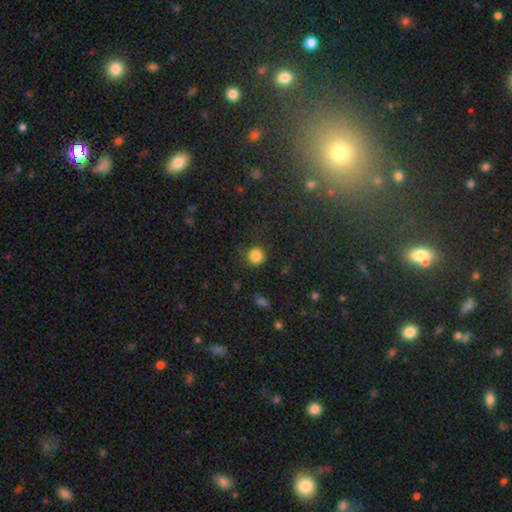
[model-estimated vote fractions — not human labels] The model was most divided on "merging": none: 81%, minor disturbance: 12%, major disturbance: 5%, merger: 2%. More confident: how rounded — round (91%); smooth or featured — smooth (83%).